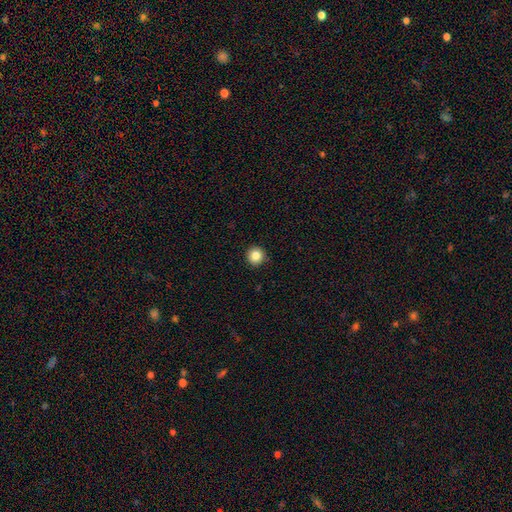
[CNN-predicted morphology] type=smooth (85%); roundness=round (95%); merging=none (93%).